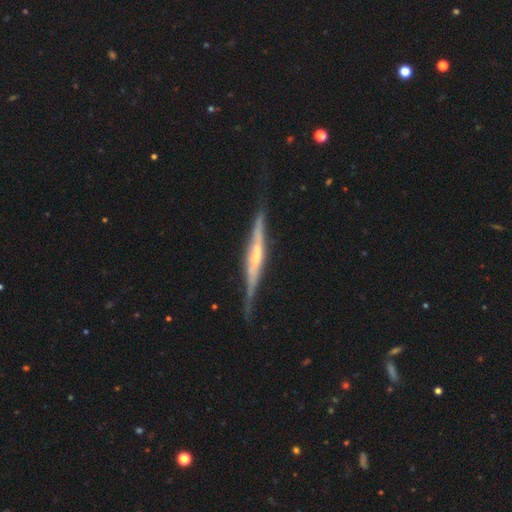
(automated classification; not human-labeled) smooth-or-featured: featured or disk: 79% | smooth: 15% | star or artifact: 5%
  disk-edge-on: yes: 95% | no: 5%
    edge-on-bulge: rounded: 46% | none: 28% | boxy: 26%
  merging: none: 77% | minor disturbance: 18% | major disturbance: 4% | merger: 2%